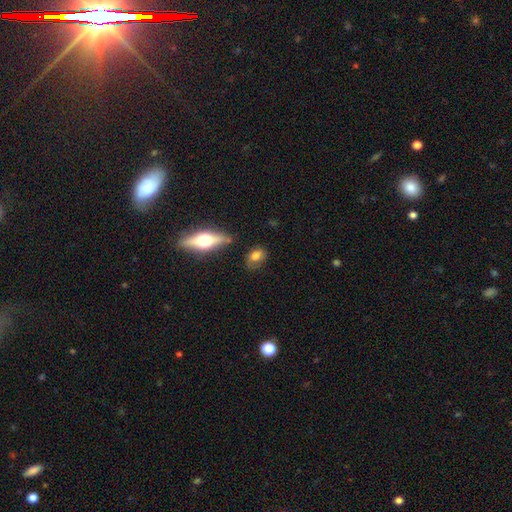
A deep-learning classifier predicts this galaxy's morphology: The model was most divided on "merging": none: 61%, minor disturbance: 25%, major disturbance: 9%, merger: 5%. More confident: how rounded — in between (72%); smooth or featured — smooth (70%).